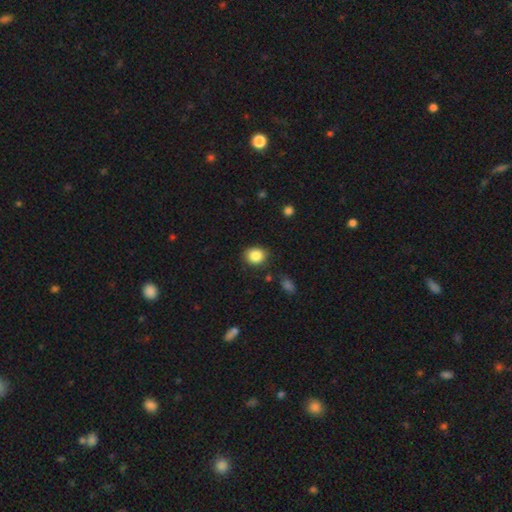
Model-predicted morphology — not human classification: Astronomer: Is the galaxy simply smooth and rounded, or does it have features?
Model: smooth — 86%.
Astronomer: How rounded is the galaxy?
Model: round — 69%.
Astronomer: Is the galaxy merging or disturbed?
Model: none — 85%.